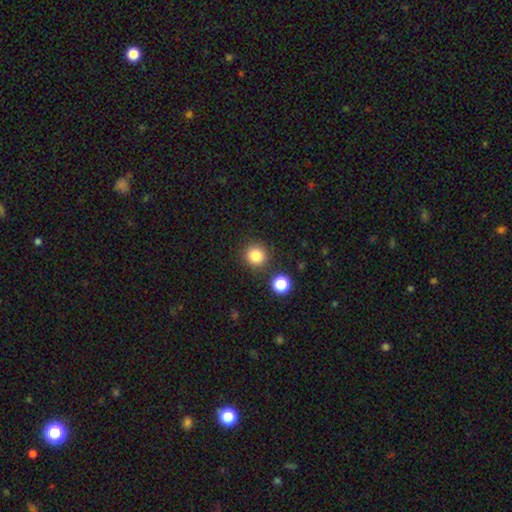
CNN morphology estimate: Smooth or featured: smooth — 84% (star or artifact — 11%)
How rounded: round — 93% (in between — 6%)
Merging: none — 87% (minor disturbance — 7%)